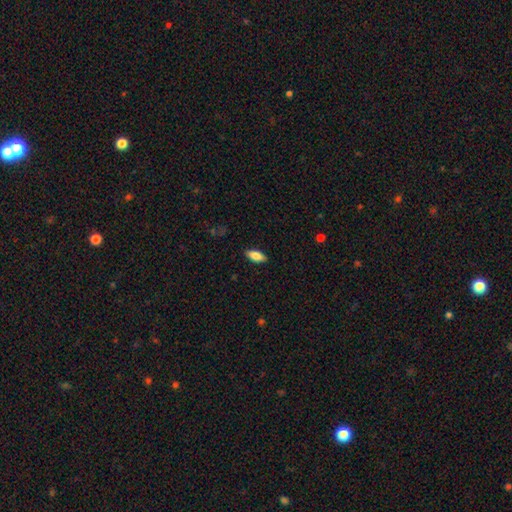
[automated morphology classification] Smooth or featured? smooth (82%)
How rounded? in between (86%)
Merging? none (88%)